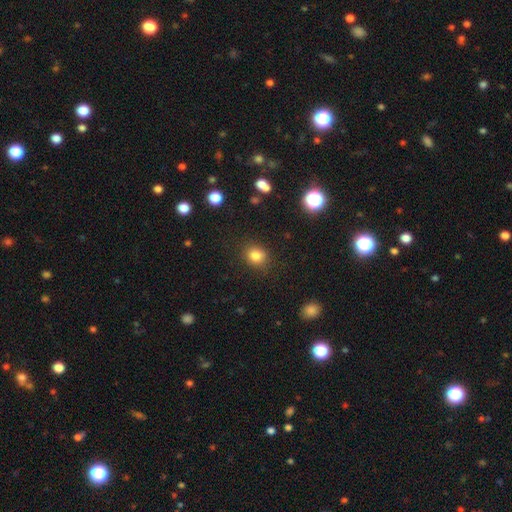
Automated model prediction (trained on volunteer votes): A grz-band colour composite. It shows a smooth galaxy with no disk features (81%) that is round (71%). Merging: none (84%).